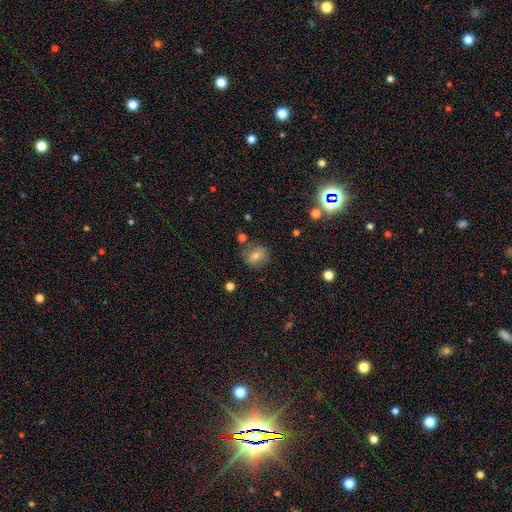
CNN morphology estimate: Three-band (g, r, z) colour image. It shows a smooth galaxy with no disk features (59%) that is round (71%). Merging: none (75%).